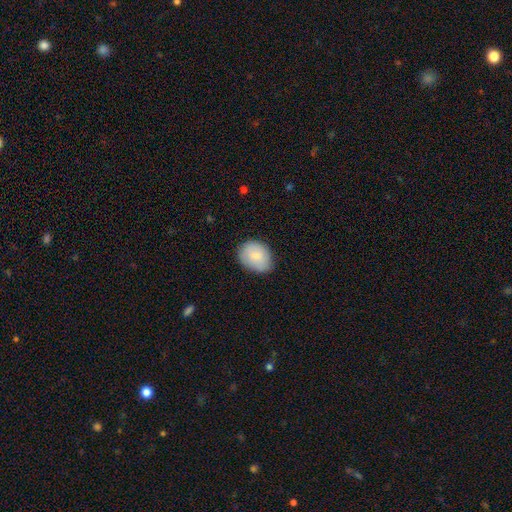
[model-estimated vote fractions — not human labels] Q: Smooth or featured?
A: smooth (82%); runner-up: featured or disk (11%)
Q: How rounded?
A: in between (60%); runner-up: round (39%)
Q: Merging?
A: none (76%); runner-up: minor disturbance (20%)